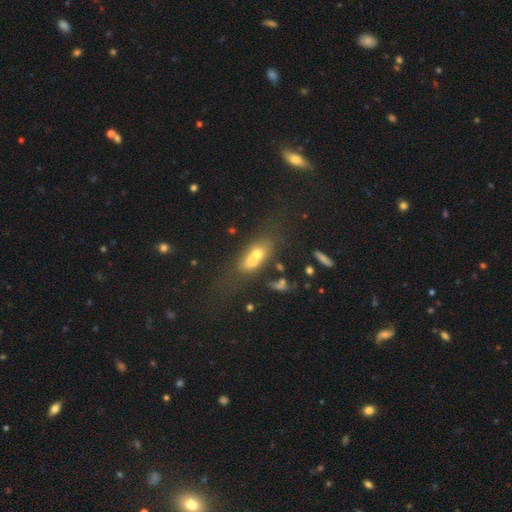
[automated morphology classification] Overall: smooth (55%; featured or disk 26%). How rounded: in between (63%; cigar-shaped 26%). Merging: none (40%; merger 28%).